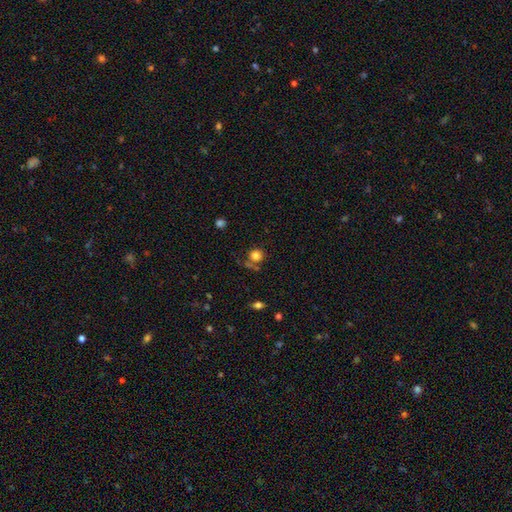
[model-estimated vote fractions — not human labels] smooth 81%, star or artifact 13%, featured or disk 6%. Down the decision tree: how rounded — round (88%); merging — none (66%).